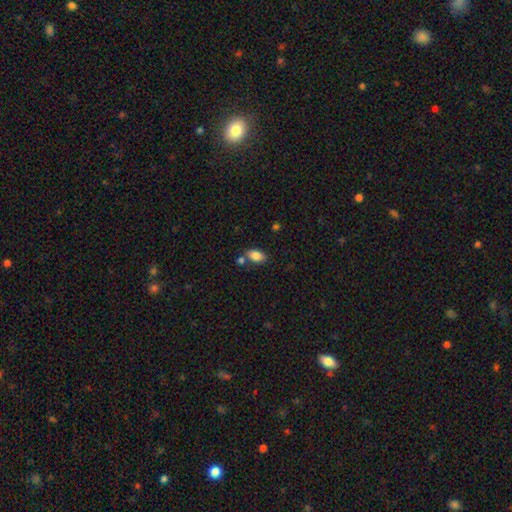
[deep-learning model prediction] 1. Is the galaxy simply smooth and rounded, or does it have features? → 85% smooth, 8% star or artifact, 7% featured or disk.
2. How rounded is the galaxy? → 91% in between, 7% round, 3% cigar-shaped.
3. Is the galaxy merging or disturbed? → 68% none, 16% merger, 13% minor disturbance, 3% major disturbance.